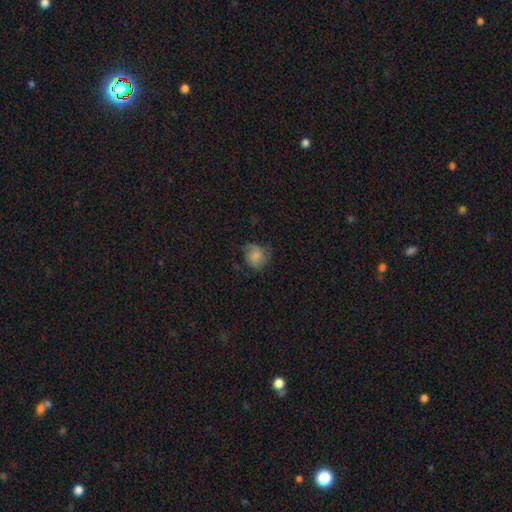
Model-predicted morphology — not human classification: This is likely a smooth galaxy (68%). How rounded: likely round (69%). Merging: possibly none (54%).